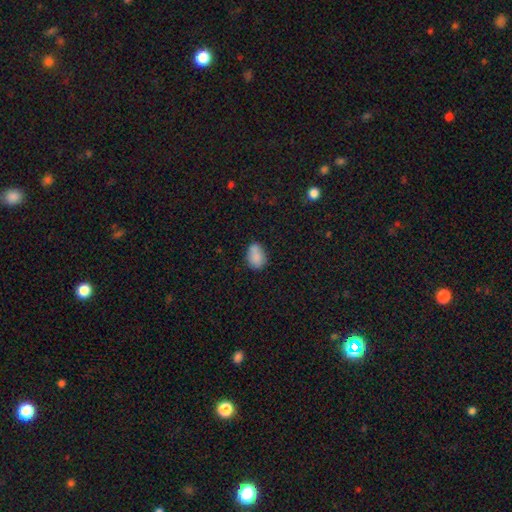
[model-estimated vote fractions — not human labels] Q: Smooth or featured?
A: smooth (84%); runner-up: star or artifact (9%)
Q: How rounded?
A: in between (79%); runner-up: round (19%)
Q: Merging?
A: none (66%); runner-up: minor disturbance (22%)